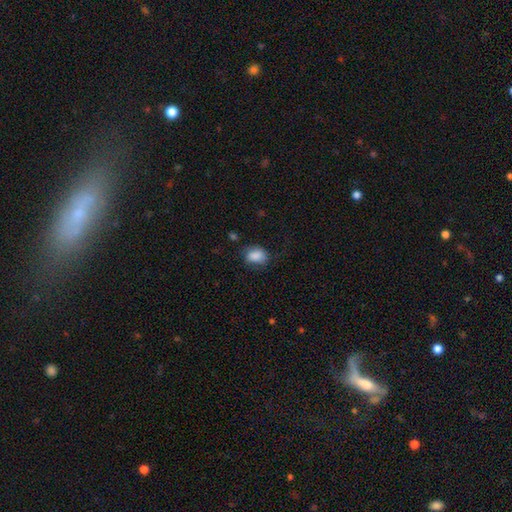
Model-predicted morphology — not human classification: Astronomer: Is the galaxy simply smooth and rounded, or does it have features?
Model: smooth — 86%.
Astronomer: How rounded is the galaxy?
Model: in between — 72%.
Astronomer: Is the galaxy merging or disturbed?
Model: none — 65%.